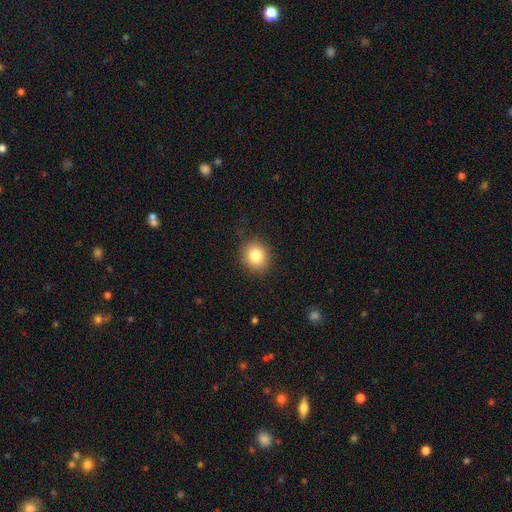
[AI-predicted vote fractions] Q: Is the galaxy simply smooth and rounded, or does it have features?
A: smooth — 82%.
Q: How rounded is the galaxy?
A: round — 77%.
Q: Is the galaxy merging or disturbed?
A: none — 89%.